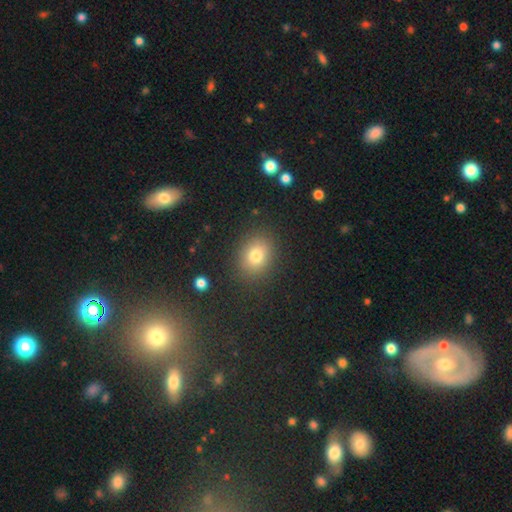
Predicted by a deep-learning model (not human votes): This appears to be a smooth galaxy with no disk features (78%) that is round (58%). Merging: none (86%).